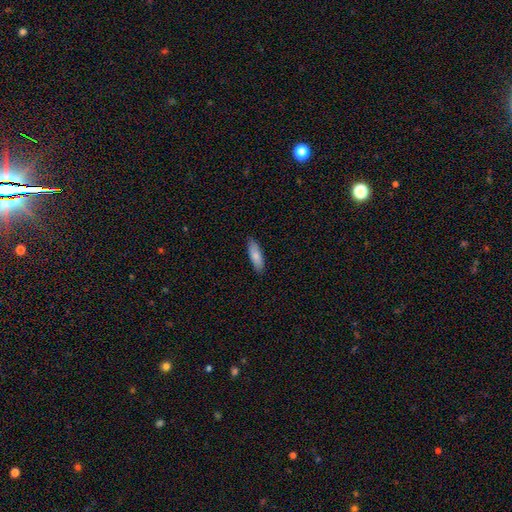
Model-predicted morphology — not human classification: Smooth or featured? Predicted: smooth (p=0.80). How rounded? Predicted: in between (p=0.51). Merging? Predicted: none (p=0.86).